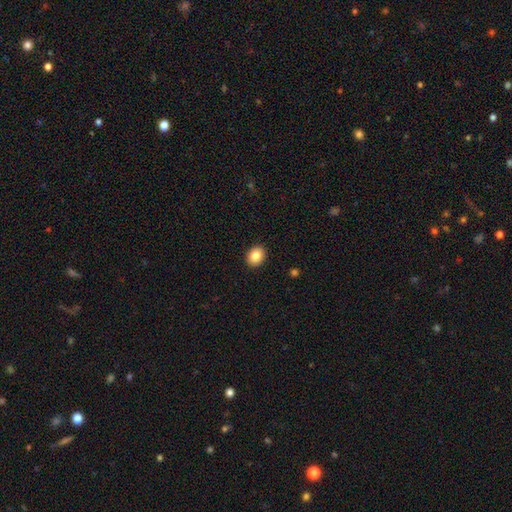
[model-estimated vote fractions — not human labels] A smooth galaxy with no disk features (84%) that is in between round and cigar-shaped (52%). Merging: none (92%).